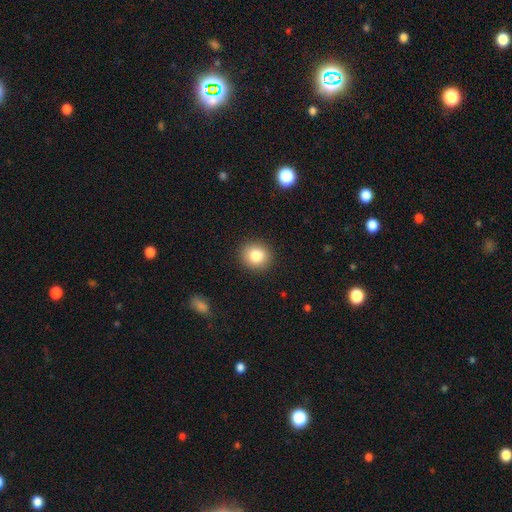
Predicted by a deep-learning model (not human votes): Smooth or featured?
  - smooth: 83% *
  - star or artifact: 10%
  - featured or disk: 8%
How rounded?
  - round: 84% *
  - in between: 15%
  - cigar-shaped: 1%
Merging?
  - none: 90% *
  - minor disturbance: 7%
  - major disturbance: 2%
  - merger: 1%